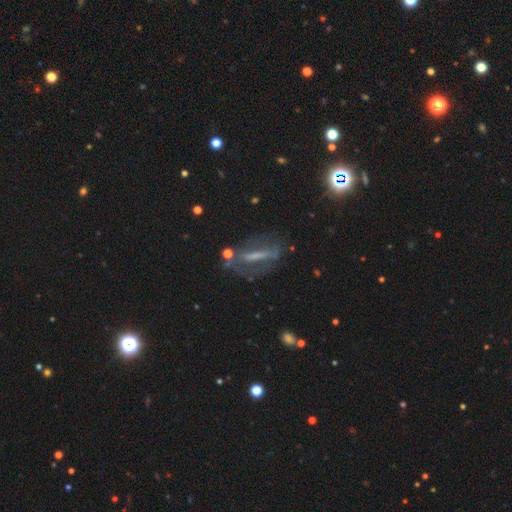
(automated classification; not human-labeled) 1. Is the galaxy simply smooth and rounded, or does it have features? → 59% featured or disk, 25% smooth, 17% star or artifact.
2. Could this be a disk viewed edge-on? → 62% no, 38% yes.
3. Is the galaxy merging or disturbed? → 60% none, 19% minor disturbance, 16% major disturbance, 5% merger.